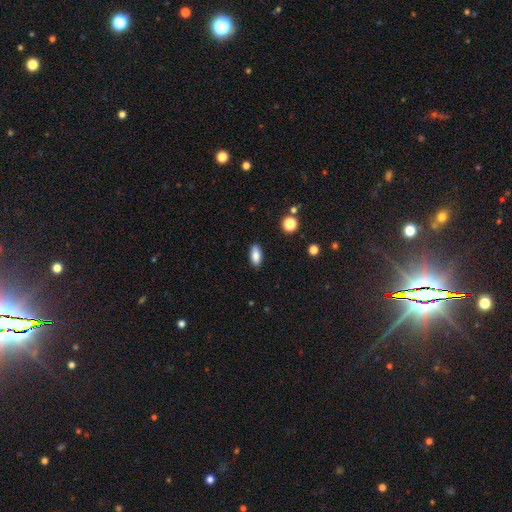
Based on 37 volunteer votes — smooth-or-featured: smooth: 86% | featured or disk: 8% | star or artifact: 5%
  how-rounded: in between: 88% | cigar-shaped: 12% | round: 0%
  merging: none: 83% | minor disturbance: 17% | major disturbance: 0% | merger: 0%